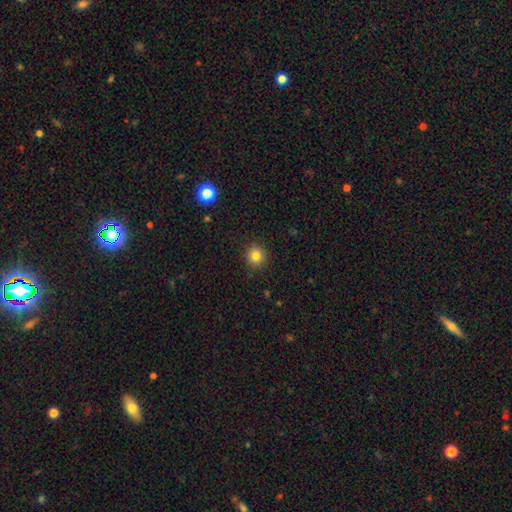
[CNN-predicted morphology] The model was most divided on "smooth or featured": smooth: 82%, star or artifact: 12%, featured or disk: 6%. More confident: how rounded — round (93%); merging — none (91%).